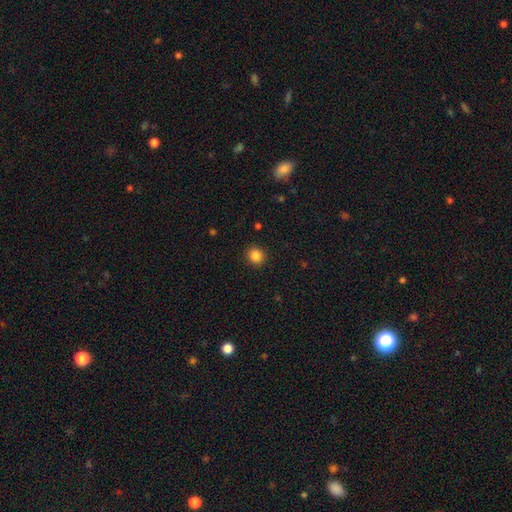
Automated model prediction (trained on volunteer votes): Smooth or featured: smooth — 86% (star or artifact — 11%)
How rounded: round — 87% (in between — 12%)
Merging: none — 91% (minor disturbance — 6%)